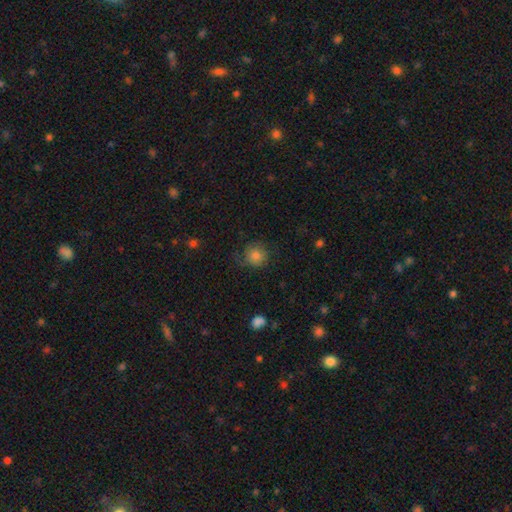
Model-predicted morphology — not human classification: type=smooth (77%); roundness=round (89%); merging=none (70%).